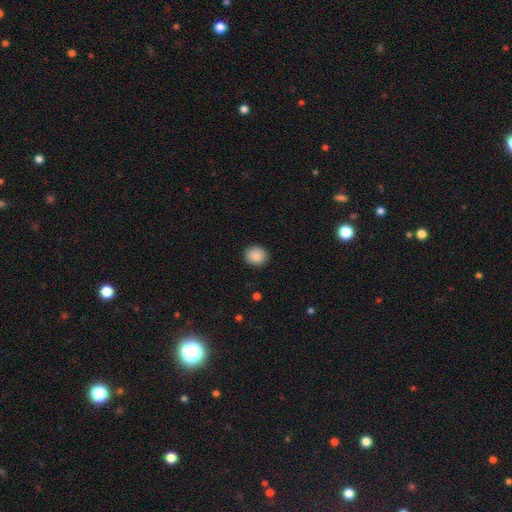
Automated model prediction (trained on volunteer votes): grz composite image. It shows a smooth galaxy with no disk features (88%) that is round (78%). Merging: none (90%).